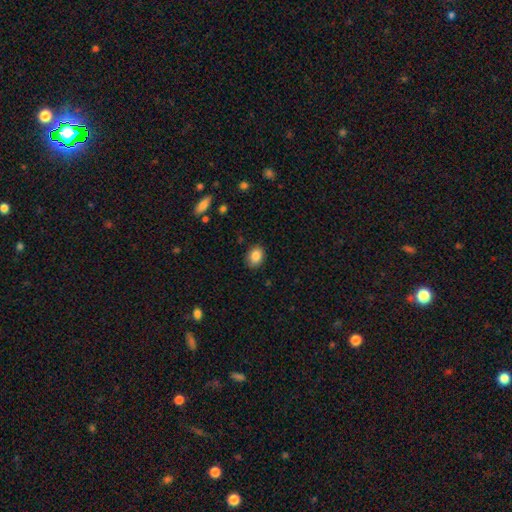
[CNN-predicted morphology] Overall: smooth (87%). How rounded: in between (65%; round 34%). Merging: none (85%).